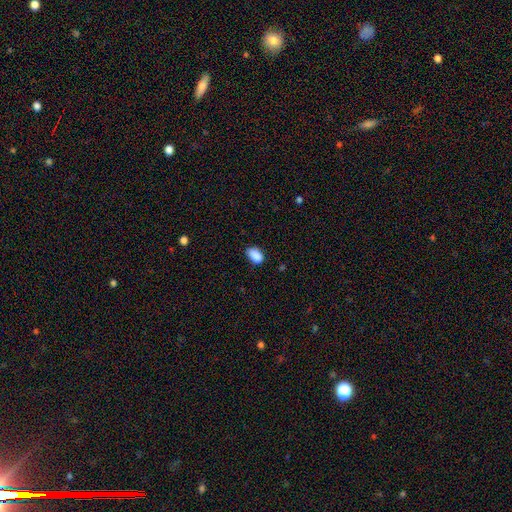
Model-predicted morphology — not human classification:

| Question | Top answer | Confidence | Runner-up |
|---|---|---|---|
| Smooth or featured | smooth | 88% | star or artifact (8%) |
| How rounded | in between | 88% | round (10%) |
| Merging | none | 71% | minor disturbance (24%) |